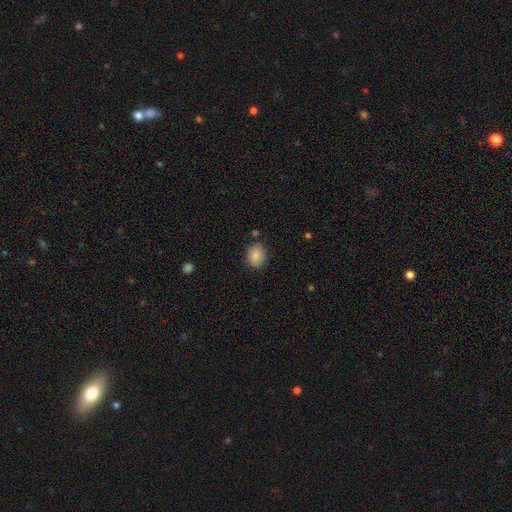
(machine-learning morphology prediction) This is clearly a smooth galaxy (87%). How rounded: possibly in between (55%). Merging: likely none (79%).